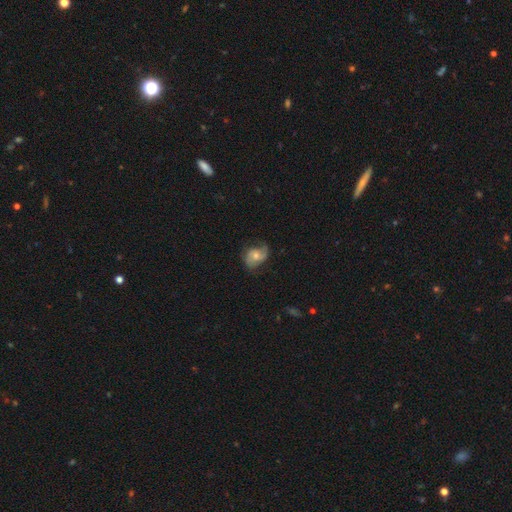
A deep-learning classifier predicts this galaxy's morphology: The model was most divided on "spiral winding": medium: 41%, loose: 40%, tight: 19%. More confident: edge-on disk — no (97%); spiral arms — yes (88%); spiral arm count — 2 (77%); bar — no (66%); smooth or featured — featured or disk (60%); merging — none (59%); bulge size — moderate (52%).